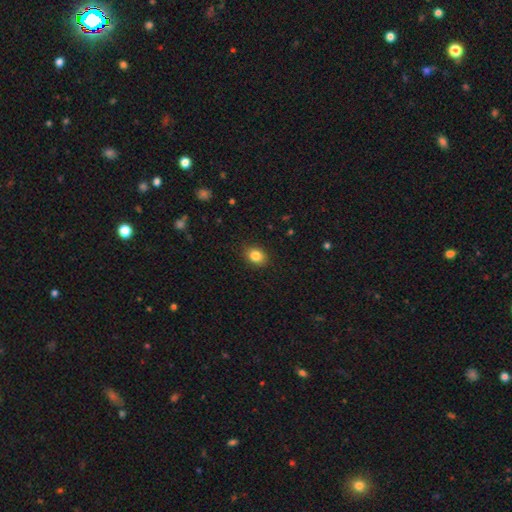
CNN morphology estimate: Q: Smooth or featured?
A: smooth (84%); runner-up: star or artifact (10%)
Q: How rounded?
A: in between (59%); runner-up: round (40%)
Q: Merging?
A: none (88%); runner-up: minor disturbance (9%)